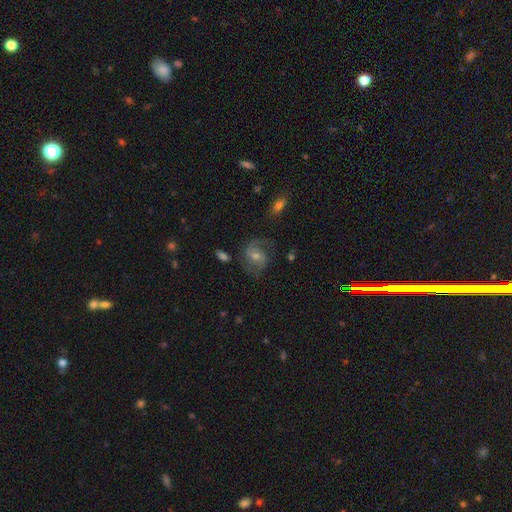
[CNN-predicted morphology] A featured or disk galaxy (69%) with no bar (45%), 2 (76%) medium (48%) spiral arms (90%) and a moderate central bulge (50%). Merging: none (63%).